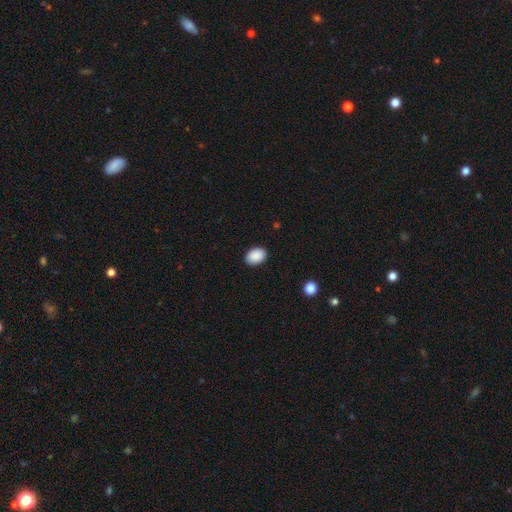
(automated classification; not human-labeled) A smooth galaxy with no disk features (90%) that is in between round and cigar-shaped (79%).

Vote fractions:
- Smooth or featured? smooth: 90% / star or artifact: 7% / featured or disk: 3%
- How rounded? in between: 79% / round: 20% / cigar-shaped: 1%
- Merging? none: 89% / minor disturbance: 8% / major disturbance: 2% / merger: 1%